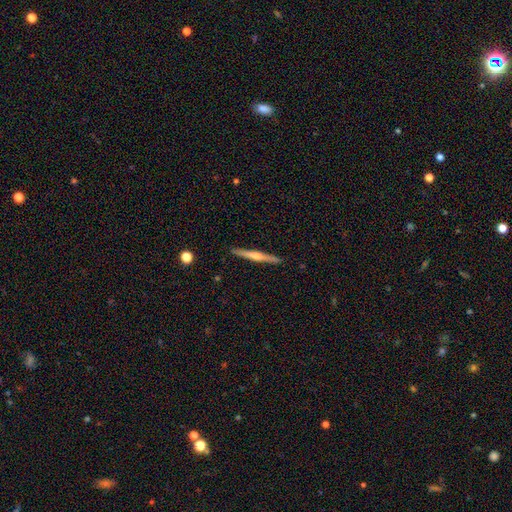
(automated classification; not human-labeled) A featured or disk galaxy (68%) viewed edge-on (98%) with a rounded central bulge (81%). Merging: none (92%).